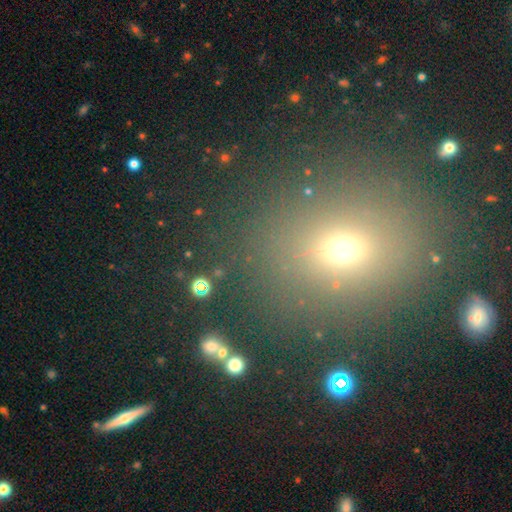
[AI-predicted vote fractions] This is possibly a smooth galaxy (55%). How rounded: likely round (71%). Merging: clearly none (84%).